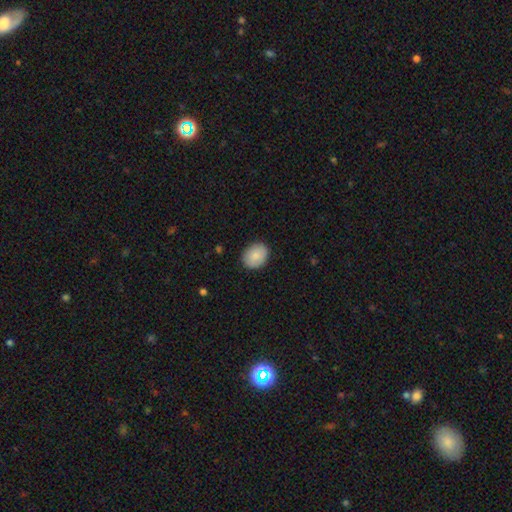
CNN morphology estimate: Overall: smooth (87%). How rounded: in between (53%; round 46%). Merging: none (87%).